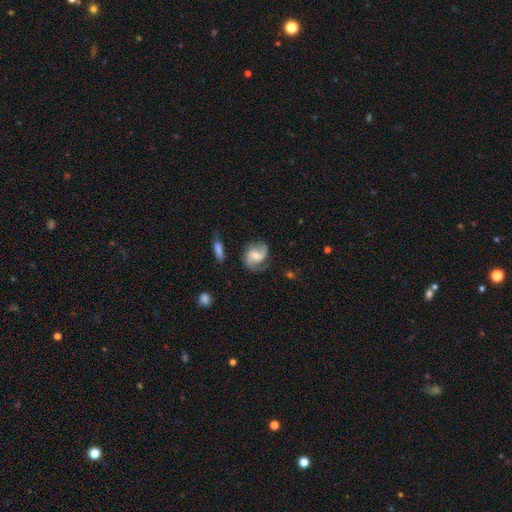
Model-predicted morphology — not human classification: smooth-or-featured: featured or disk: 79% | smooth: 15% | star or artifact: 6%
  disk-edge-on: no: 97% | yes: 3%
    bar: no: 44% | weak: 43% | strong: 12%
    has-spiral-arms: yes: 95% | no: 5%
      spiral-winding: medium: 45% | loose: 36% | tight: 18%
      spiral-arm-count: 2: 84% | 1: 6% | can't tell: 5% | 3: 3% | 4: 1% | more than 4: 1%
    bulge-size: moderate: 50% | small: 42% | none: 4% | large: 3% | dominant: 1%
  merging: none: 69% | minor disturbance: 20% | major disturbance: 8% | merger: 3%